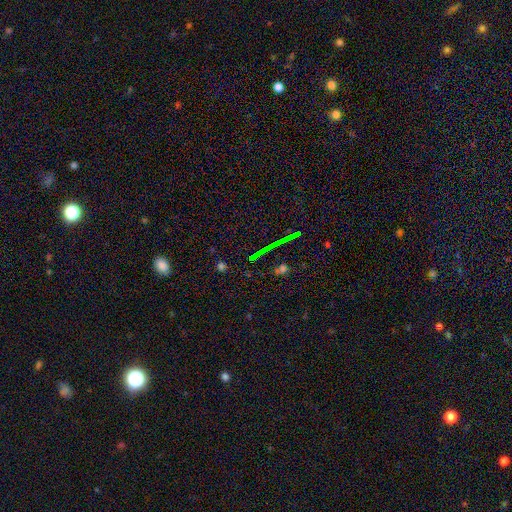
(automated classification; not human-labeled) Smooth or featured? Predicted: star or artifact (p=0.67).